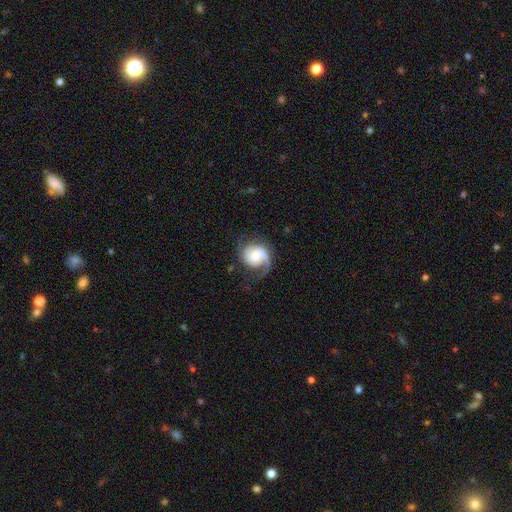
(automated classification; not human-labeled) smooth_or_featured: featured or disk (p=0.80) [alt: smooth p=0.14]
disk_edge_on: no (p=0.98) [alt: yes p=0.02]
bar: no (p=0.66) [alt: weak p=0.28]
has_spiral_arms: yes (p=0.96) [alt: no p=0.04]
spiral_winding: medium (p=0.43) [alt: tight p=0.32]
spiral_arm_count: 2 (p=0.55) [alt: 1 p=0.34]
bulge_size: moderate (p=0.45) [alt: small p=0.34]
merging: none (p=0.63) [alt: minor disturbance p=0.19]